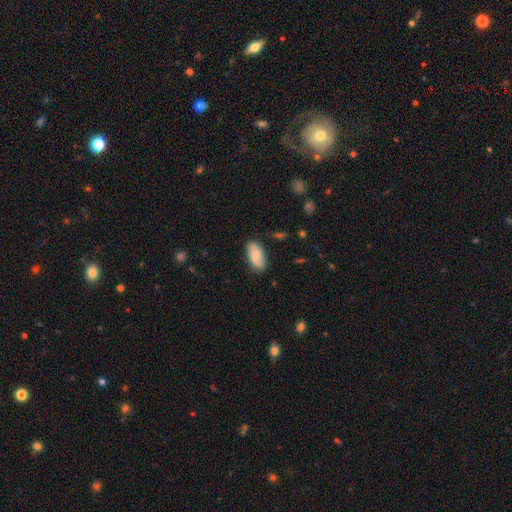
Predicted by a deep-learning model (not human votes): Overall: smooth (74%). How rounded: in between (92%). Merging: none (82%).